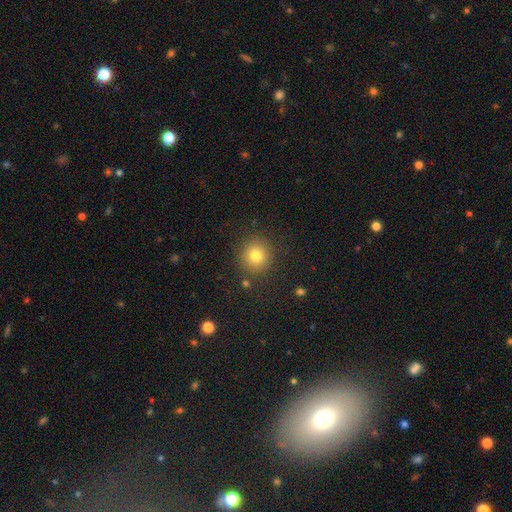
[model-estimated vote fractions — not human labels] Smooth or featured? smooth (78%)
How rounded? round (91%)
Merging? none (88%)